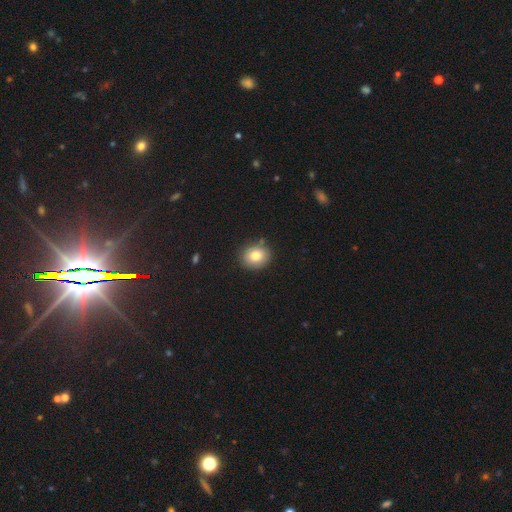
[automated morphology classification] A smooth galaxy with no disk features (81%) that is round (68%).

Vote fractions:
- Smooth or featured? smooth: 81% / featured or disk: 10% / star or artifact: 10%
- How rounded? round: 68% / in between: 31% / cigar-shaped: 1%
- Merging? none: 84% / minor disturbance: 11% / merger: 3% / major disturbance: 2%